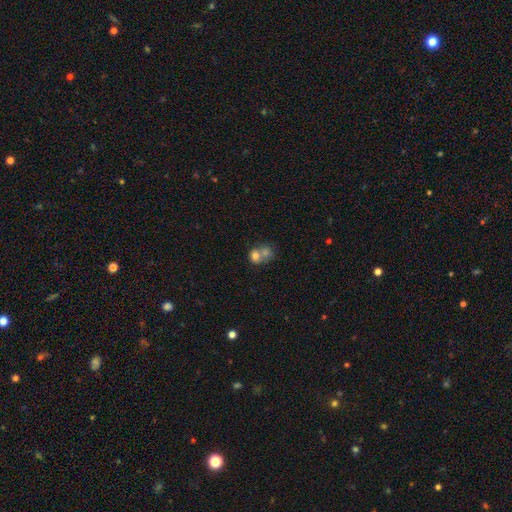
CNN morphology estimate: Q: Smooth or featured?
A: smooth (63%); runner-up: featured or disk (19%)
Q: How rounded?
A: round (68%); runner-up: in between (31%)
Q: Merging?
A: merger (60%); runner-up: none (29%)